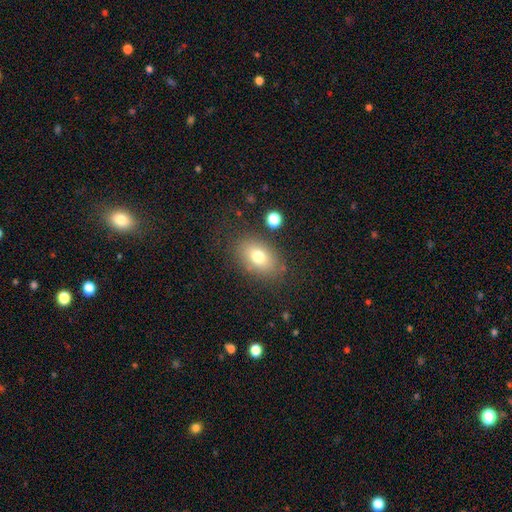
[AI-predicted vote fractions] Morphology: type=smooth (74%); roundness=in between (81%); merging=none (82%).